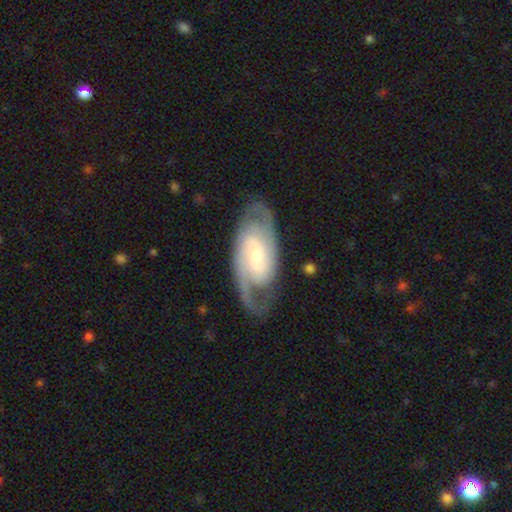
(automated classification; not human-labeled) smooth_or_featured: featured or disk (p=0.85) [alt: smooth p=0.11]
disk_edge_on: no (p=0.94) [alt: yes p=0.06]
bar: weak (p=0.46) [alt: no p=0.39]
has_spiral_arms: yes (p=0.96) [alt: no p=0.04]
spiral_winding: tight (p=0.45) [alt: medium p=0.42]
spiral_arm_count: 2 (p=0.69) [alt: can't tell p=0.14]
bulge_size: moderate (p=0.47) [alt: small p=0.46]
merging: none (p=0.74) [alt: minor disturbance p=0.16]